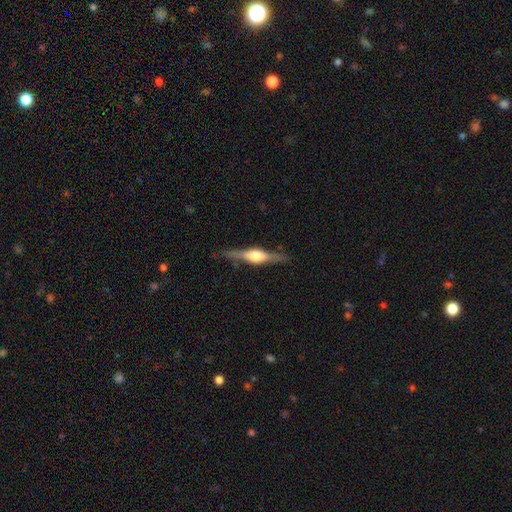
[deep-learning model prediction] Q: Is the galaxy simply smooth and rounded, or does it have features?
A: featured or disk — 77%.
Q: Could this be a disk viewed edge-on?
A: yes — 97%.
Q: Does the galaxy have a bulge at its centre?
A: rounded — 87%.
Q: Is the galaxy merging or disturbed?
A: none — 85%.